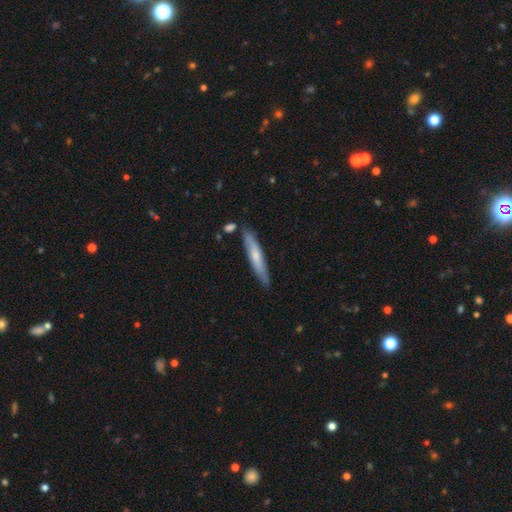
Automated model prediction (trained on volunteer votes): smooth_or_featured: smooth (p=0.57) [alt: featured or disk p=0.37]
how_rounded: cigar-shaped (p=0.91) [alt: in between p=0.08]
merging: none (p=0.80) [alt: minor disturbance p=0.13]